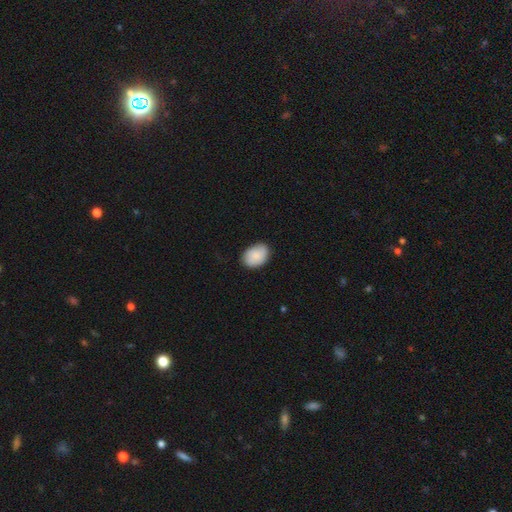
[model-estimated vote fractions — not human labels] Overall: smooth (87%). How rounded: in between (78%). Merging: none (78%).